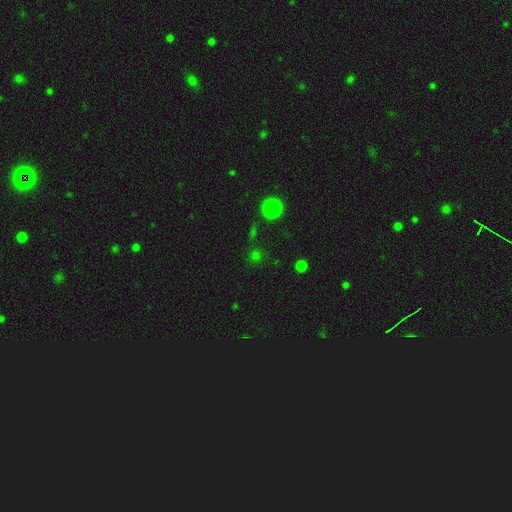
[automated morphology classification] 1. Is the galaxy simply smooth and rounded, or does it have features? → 59% smooth, 35% star or artifact, 6% featured or disk.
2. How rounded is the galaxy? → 91% round, 8% in between, 1% cigar-shaped.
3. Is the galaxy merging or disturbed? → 81% none, 9% minor disturbance, 6% merger, 4% major disturbance.